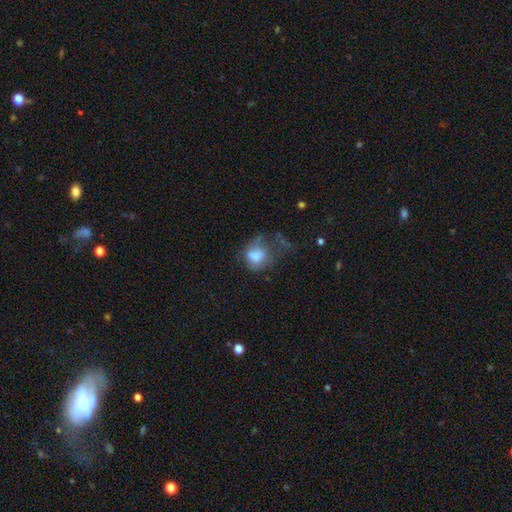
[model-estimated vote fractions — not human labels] smooth_or_featured: smooth (p=0.68) [alt: featured or disk p=0.22]
how_rounded: in between (p=0.52) [alt: round p=0.47]
merging: major disturbance (p=0.45) [alt: minor disturbance p=0.24]